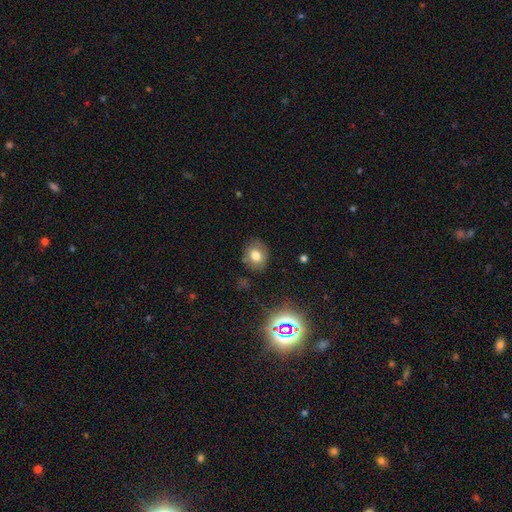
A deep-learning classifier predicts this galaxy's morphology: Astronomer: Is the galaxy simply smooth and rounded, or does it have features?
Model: smooth — 71%.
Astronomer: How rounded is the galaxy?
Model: round — 63%.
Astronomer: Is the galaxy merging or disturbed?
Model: none — 80%.